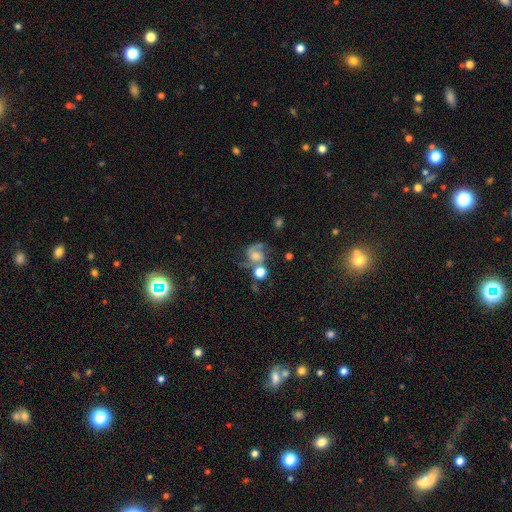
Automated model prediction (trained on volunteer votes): Smooth or featured? featured or disk (69%)
Edge-on disk? no (98%)
Bar? no (61%)
Spiral arms? yes (93%)
Spiral winding? medium (50%)
Spiral arm count? 2 (81%)
Bulge size? moderate (46%)
Merging? none (45%)